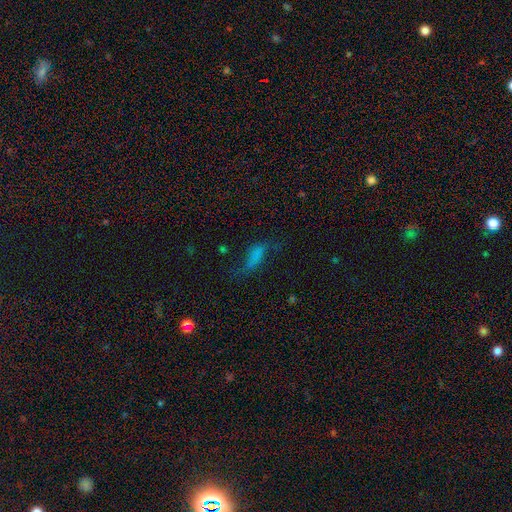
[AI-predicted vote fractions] Q: Smooth or featured?
A: smooth (55%); runner-up: featured or disk (29%)
Q: How rounded?
A: in between (69%); runner-up: cigar-shaped (26%)
Q: Merging?
A: none (41%); runner-up: major disturbance (30%)